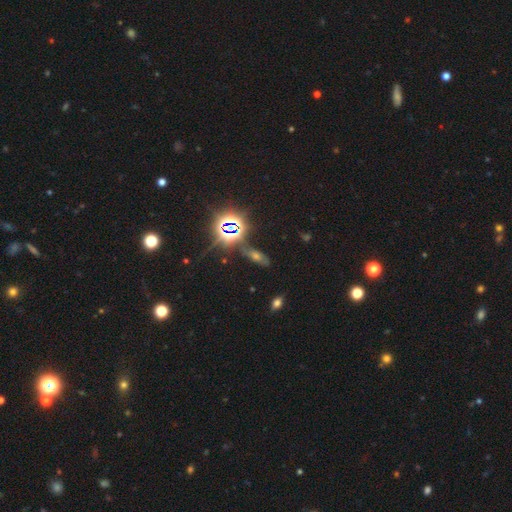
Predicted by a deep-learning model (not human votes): Smooth or featured?
  - star or artifact: 51% *
  - smooth: 26%
  - featured or disk: 23%